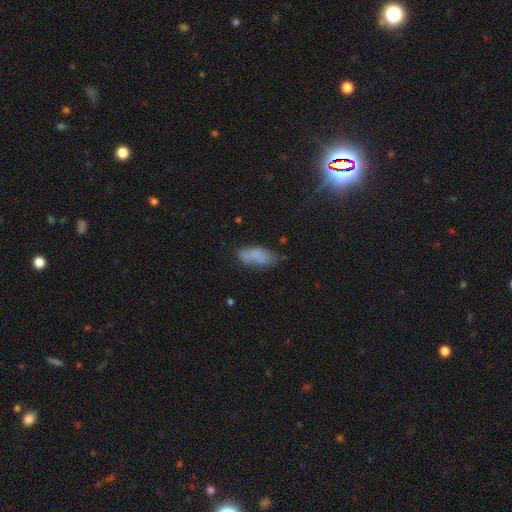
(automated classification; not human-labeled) Q: Smooth or featured?
A: smooth (76%); runner-up: featured or disk (14%)
Q: How rounded?
A: in between (82%); runner-up: cigar-shaped (16%)
Q: Merging?
A: none (56%); runner-up: minor disturbance (30%)